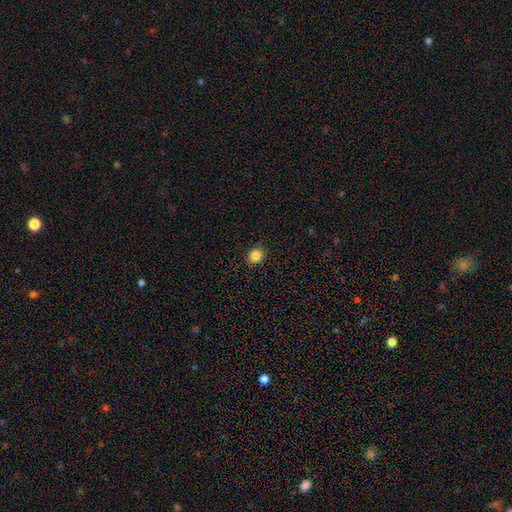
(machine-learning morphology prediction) Smooth or featured?
  - smooth: 85% *
  - star or artifact: 11%
  - featured or disk: 4%
How rounded?
  - round: 70% *
  - in between: 29%
  - cigar-shaped: 1%
Merging?
  - none: 89% *
  - minor disturbance: 8%
  - major disturbance: 2%
  - merger: 1%